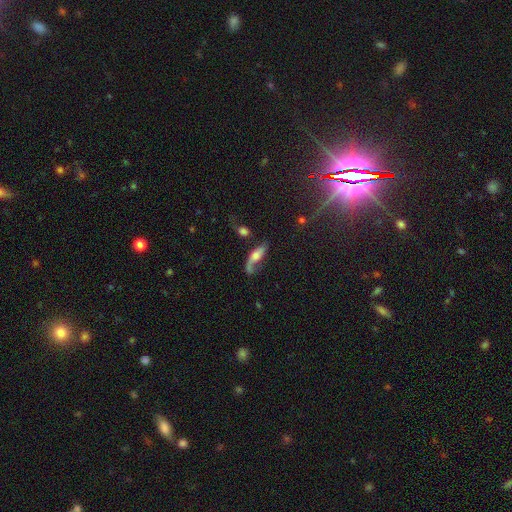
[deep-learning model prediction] Smooth or featured?
  - featured or disk: 50% *
  - smooth: 41%
  - star or artifact: 9%
Merging?
  - none: 34% *
  - major disturbance: 30%
  - minor disturbance: 22%
  - merger: 14%